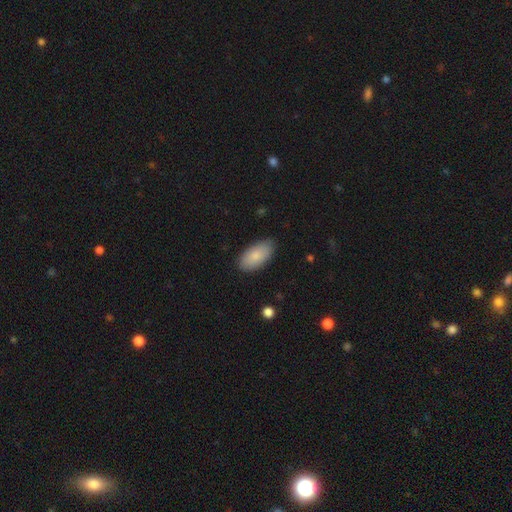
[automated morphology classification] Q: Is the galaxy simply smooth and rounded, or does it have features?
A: smooth — 84%.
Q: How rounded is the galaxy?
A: in between — 94%.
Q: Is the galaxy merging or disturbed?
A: none — 84%.